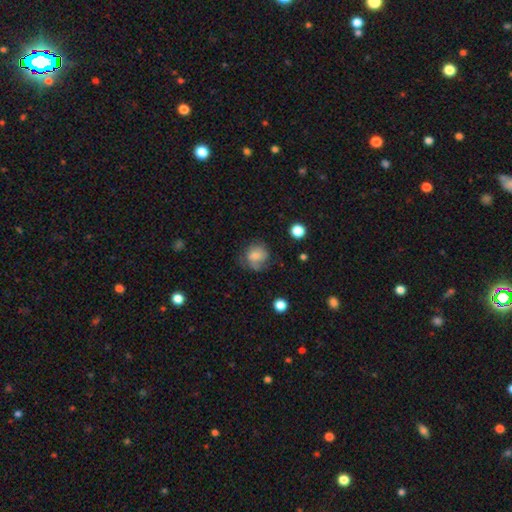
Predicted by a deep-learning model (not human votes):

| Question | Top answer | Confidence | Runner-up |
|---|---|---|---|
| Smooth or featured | smooth | 67% | featured or disk (24%) |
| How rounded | round | 77% | in between (22%) |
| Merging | none | 56% | minor disturbance (27%) |